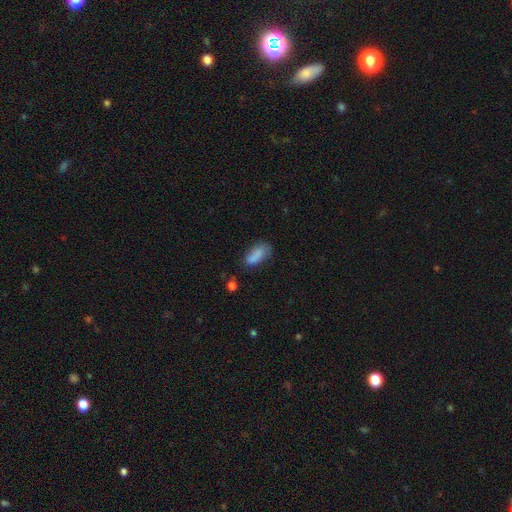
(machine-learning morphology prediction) smooth 81%, featured or disk 10%, star or artifact 9%. Down the decision tree: how rounded — in between (80%); merging — none (55%).